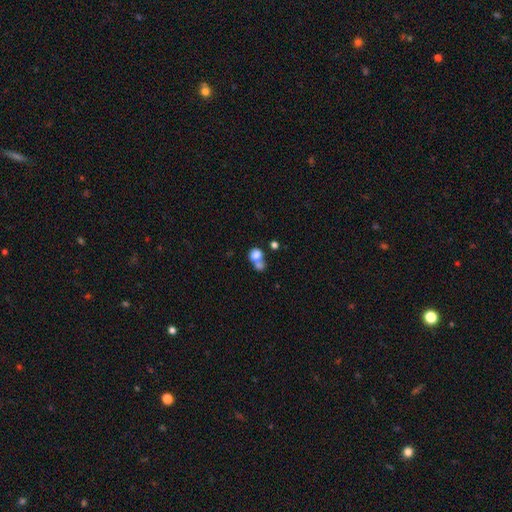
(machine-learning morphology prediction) smooth-or-featured: smooth: 78% | star or artifact: 11% | featured or disk: 11%
  how-rounded: round: 78% | in between: 21% | cigar-shaped: 1%
  merging: merger: 51% | none: 37% | minor disturbance: 8% | major disturbance: 5%